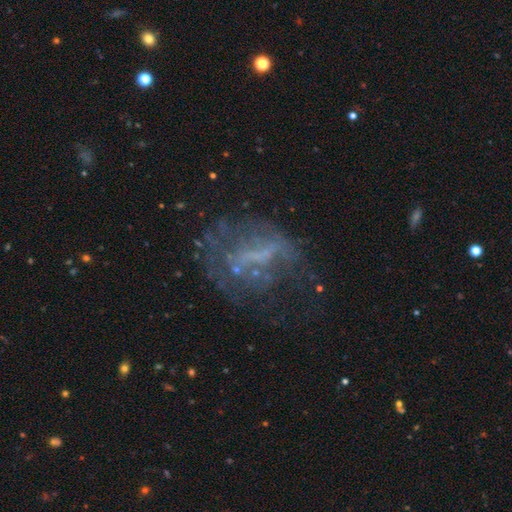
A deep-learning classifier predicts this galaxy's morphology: The model was most divided on "merging": none: 43%, major disturbance: 34%, minor disturbance: 18%, merger: 5%. More confident: edge-on disk — no (93%); spiral arms — no (74%); bulge size — none (67%); smooth or featured — featured or disk (56%); bar — no (52%).